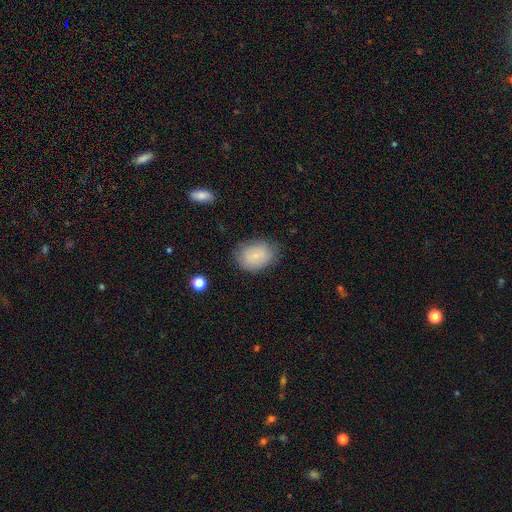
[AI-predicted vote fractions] This appears to be a smooth galaxy with no disk features (82%) that is in between round and cigar-shaped (72%). Merging: none (76%).